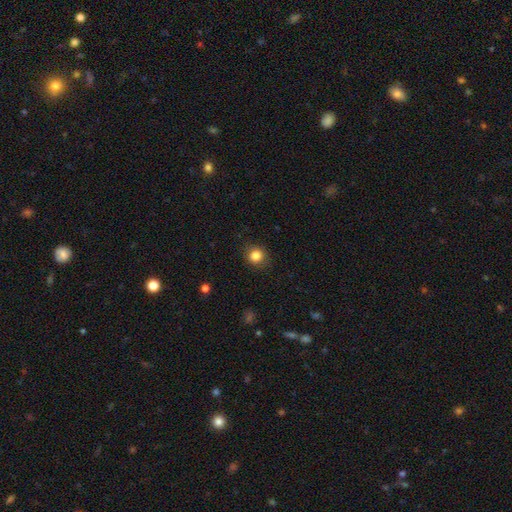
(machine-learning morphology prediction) The model was most divided on "how rounded": round: 83%, in between: 16%, cigar-shaped: 1%. More confident: merging — none (85%); smooth or featured — smooth (84%).